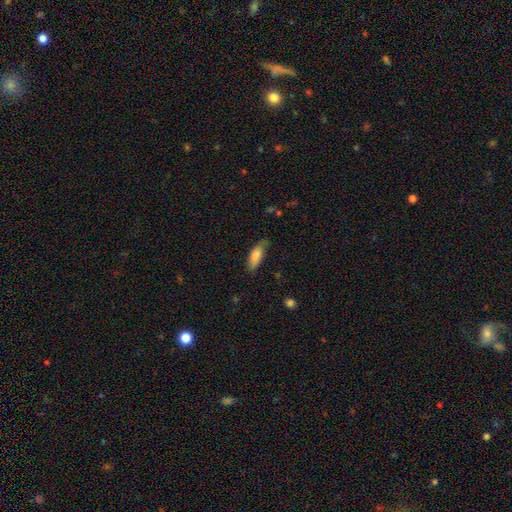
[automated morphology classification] This is clearly a smooth galaxy (82%). How rounded: likely in between (67%). Merging: likely none (67%).